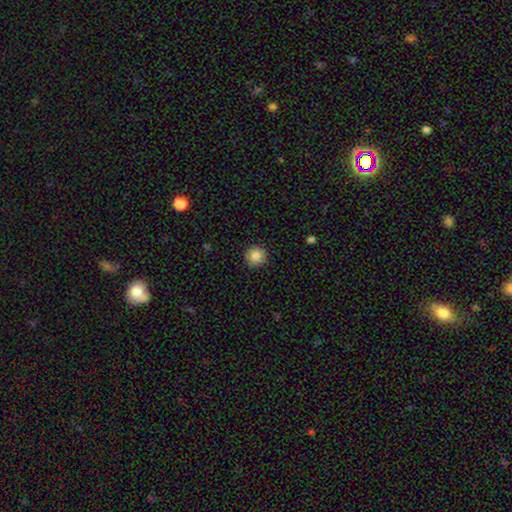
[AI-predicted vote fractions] Smooth or featured: smooth — 87% (star or artifact — 9%)
How rounded: round — 95% (in between — 4%)
Merging: none — 92% (minor disturbance — 6%)